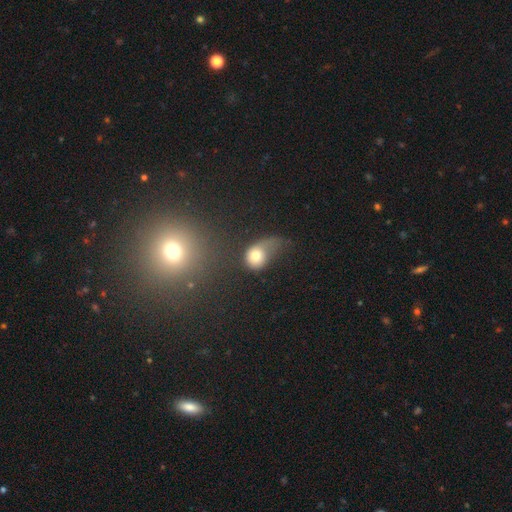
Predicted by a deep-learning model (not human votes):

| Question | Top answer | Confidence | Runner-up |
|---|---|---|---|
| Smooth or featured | smooth | 72% | featured or disk (18%) |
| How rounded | round | 53% | in between (46%) |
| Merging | major disturbance | 47% | minor disturbance (27%) |